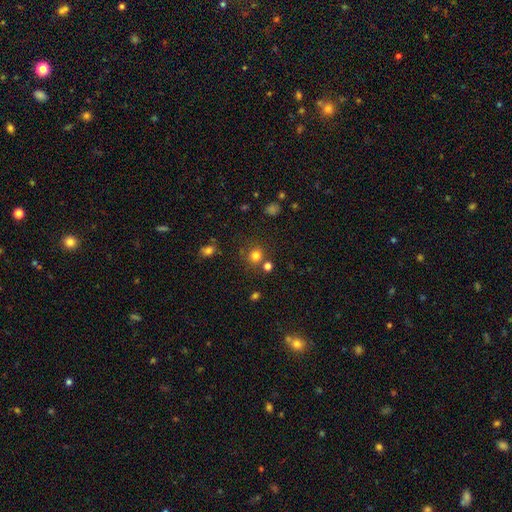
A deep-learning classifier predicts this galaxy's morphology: type=smooth (77%); roundness=round (87%); merging=none (73%).